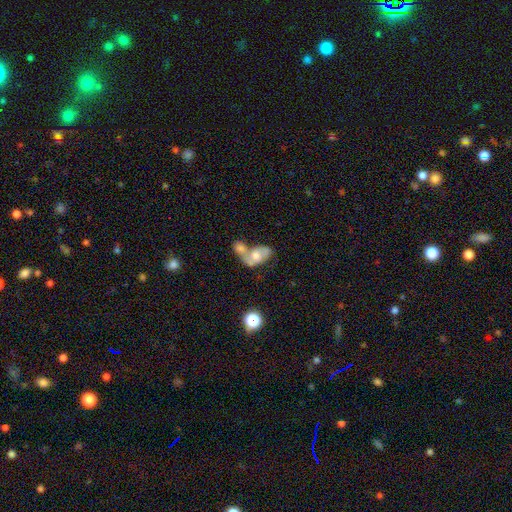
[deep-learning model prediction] Overall: smooth (46%; featured or disk 45%). Merging: merger (66%).